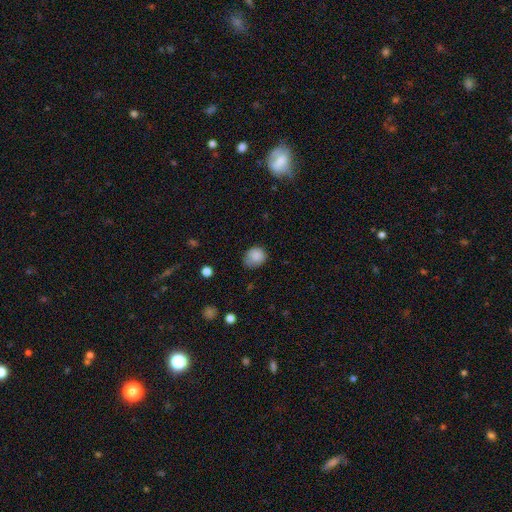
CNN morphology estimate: Smooth or featured? smooth (85%)
How rounded? round (69%)
Merging? none (59%)